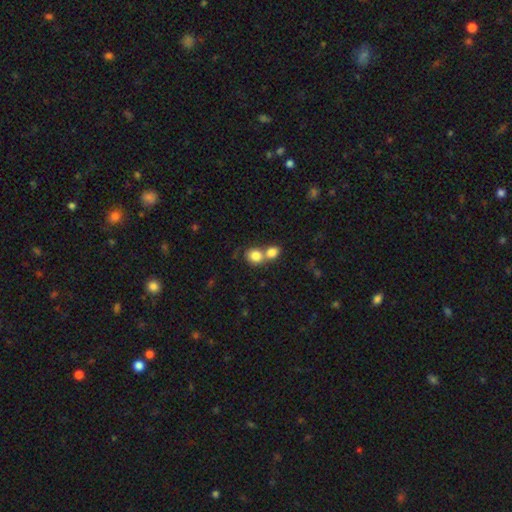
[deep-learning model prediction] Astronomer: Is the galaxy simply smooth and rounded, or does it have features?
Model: smooth — 82%.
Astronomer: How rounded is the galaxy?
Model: round — 69%.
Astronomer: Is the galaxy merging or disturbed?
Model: merger — 60%.